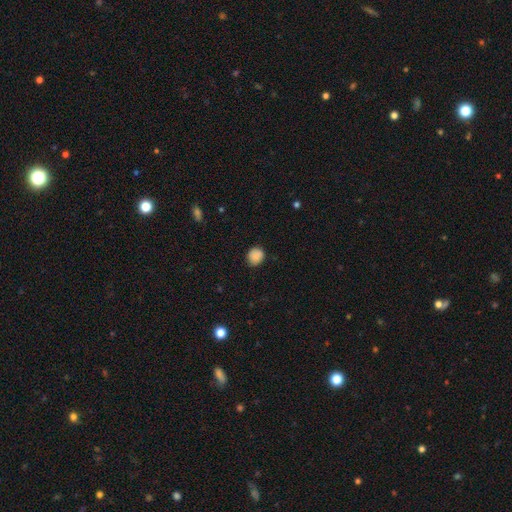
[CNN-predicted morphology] Smooth or featured?
  - smooth: 86% *
  - star or artifact: 9%
  - featured or disk: 4%
How rounded?
  - round: 78% *
  - in between: 21%
  - cigar-shaped: 1%
Merging?
  - none: 81% *
  - minor disturbance: 15%
  - major disturbance: 3%
  - merger: 1%